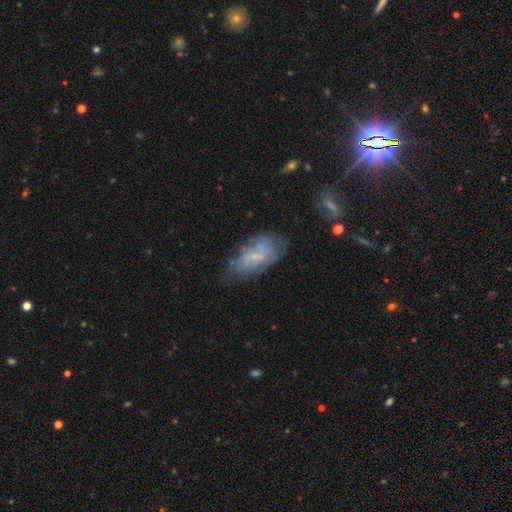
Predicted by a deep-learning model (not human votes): Smooth or featured: featured or disk — 50% (smooth — 40%)
Merging: none — 53% (minor disturbance — 28%)